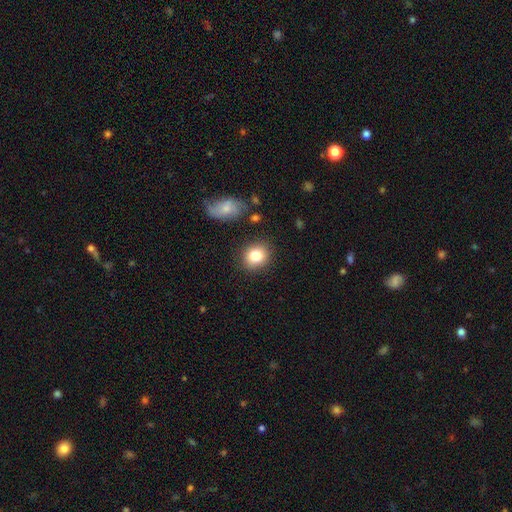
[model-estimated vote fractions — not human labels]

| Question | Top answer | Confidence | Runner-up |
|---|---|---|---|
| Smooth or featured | smooth | 81% | star or artifact (9%) |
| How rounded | round | 68% | in between (31%) |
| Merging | none | 85% | minor disturbance (10%) |